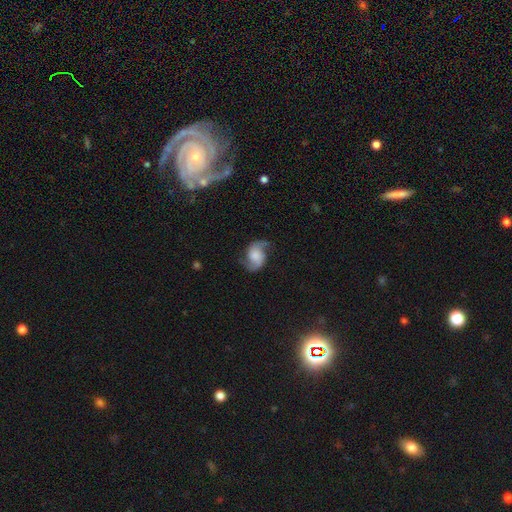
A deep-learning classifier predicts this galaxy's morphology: This appears to be a featured or disk galaxy (79%) with no bar (63%), 2 (93%) loose (56%) spiral arms (95%) and a large central bulge (30%). Merging: none (73%).